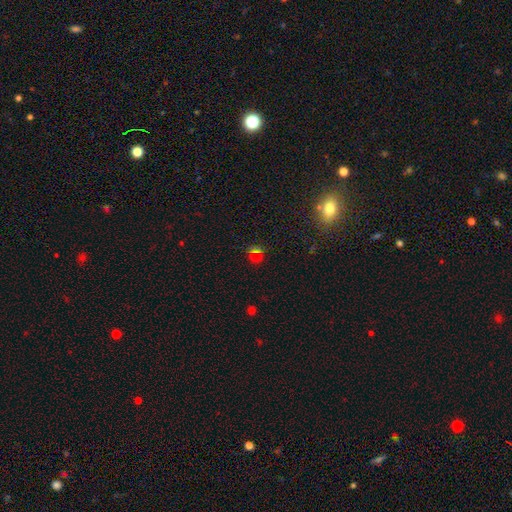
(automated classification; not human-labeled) Q: Smooth or featured?
A: smooth (53%); runner-up: star or artifact (39%)
Q: How rounded?
A: round (83%); runner-up: in between (16%)
Q: Merging?
A: none (68%); runner-up: merger (15%)